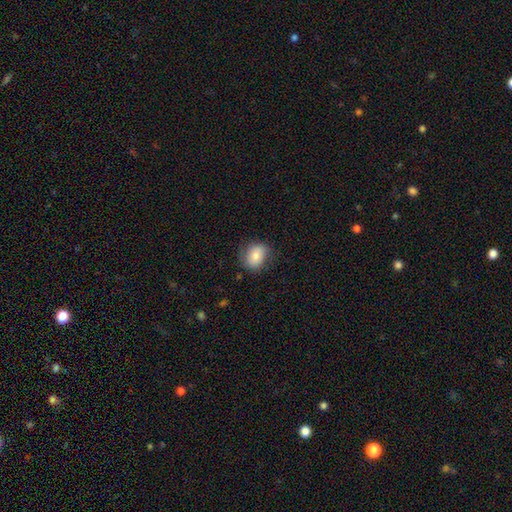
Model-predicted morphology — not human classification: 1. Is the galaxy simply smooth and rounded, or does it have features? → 78% smooth, 13% featured or disk, 8% star or artifact.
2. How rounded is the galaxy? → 52% in between, 47% round, 1% cigar-shaped.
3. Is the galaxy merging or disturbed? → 74% none, 19% minor disturbance, 5% major disturbance, 1% merger.